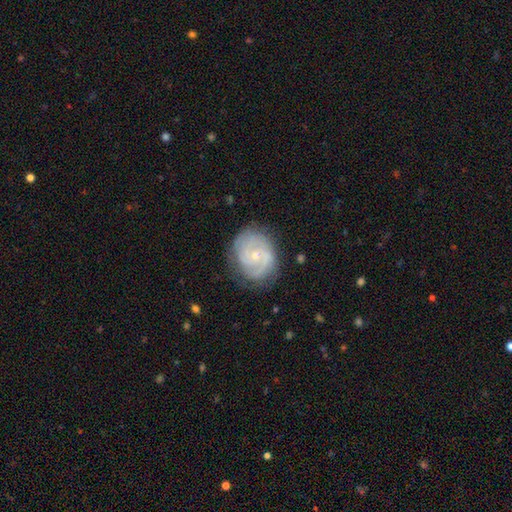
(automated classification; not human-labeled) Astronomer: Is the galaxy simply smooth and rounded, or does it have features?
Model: featured or disk — 81%.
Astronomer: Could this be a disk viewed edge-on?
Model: no — 98%.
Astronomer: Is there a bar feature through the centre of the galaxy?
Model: no — 65%.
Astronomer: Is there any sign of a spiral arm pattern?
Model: yes — 94%.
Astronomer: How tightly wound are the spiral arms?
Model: tight — 54% (runner-up: medium, 36%).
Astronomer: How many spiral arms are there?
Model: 2 — 53%.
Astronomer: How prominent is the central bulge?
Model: small — 70%.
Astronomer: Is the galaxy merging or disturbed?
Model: none — 76%.